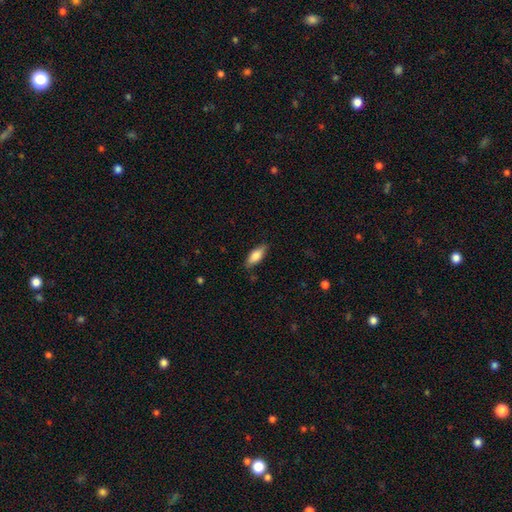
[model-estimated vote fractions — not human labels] This is likely a smooth galaxy (80%). How rounded: likely in between (78%). Merging: clearly none (83%).